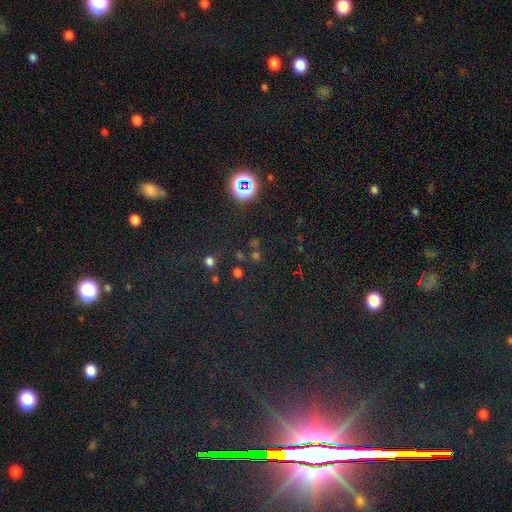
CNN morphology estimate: This appears to be a star or artifact, not a galaxy (59%).